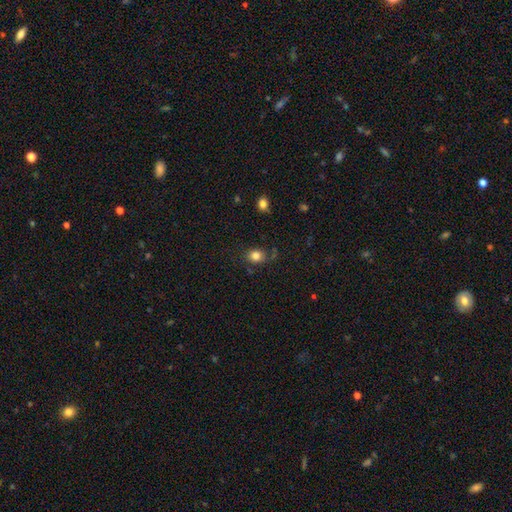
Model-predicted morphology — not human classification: Smooth or featured?
  - smooth: 82% *
  - star or artifact: 12%
  - featured or disk: 7%
How rounded?
  - round: 60% *
  - in between: 39%
  - cigar-shaped: 1%
Merging?
  - none: 74% *
  - minor disturbance: 17%
  - major disturbance: 6%
  - merger: 3%